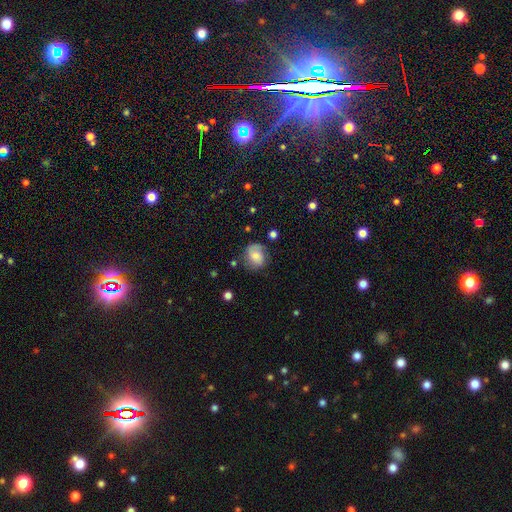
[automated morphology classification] Smooth or featured: smooth — 56% (featured or disk — 34%)
How rounded: round — 68% (in between — 31%)
Merging: none — 66% (minor disturbance — 23%)